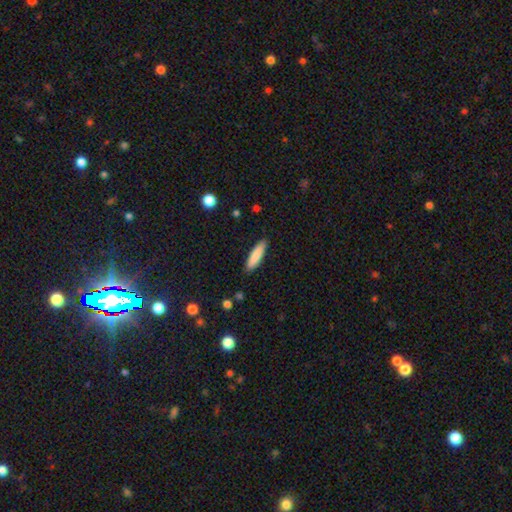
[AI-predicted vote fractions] smooth 85%, featured or disk 10%, star or artifact 6%. Down the decision tree: how rounded — cigar-shaped (70%); merging — none (89%).